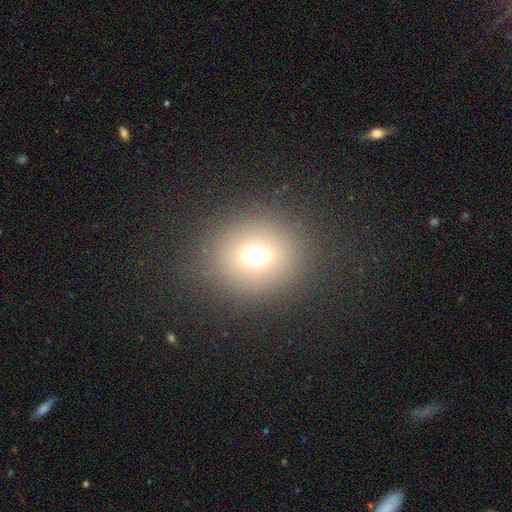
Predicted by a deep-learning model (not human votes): smooth-or-featured: smooth: 67% | star or artifact: 23% | featured or disk: 10%
  how-rounded: round: 80% | in between: 19% | cigar-shaped: 1%
  merging: none: 84% | minor disturbance: 8% | major disturbance: 6% | merger: 2%